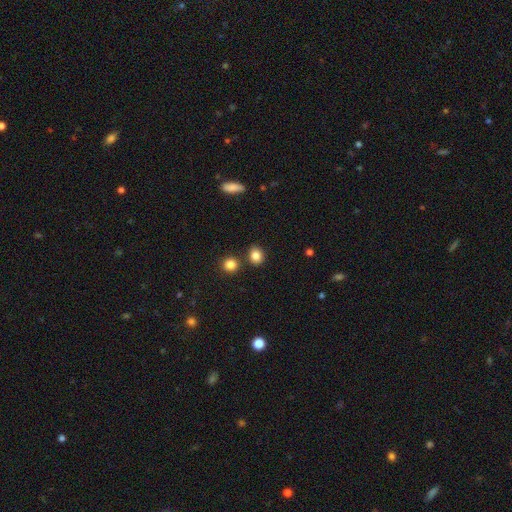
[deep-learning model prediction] This appears to be a smooth galaxy with no disk features (84%) that is round (58%). Merging: none (79%).